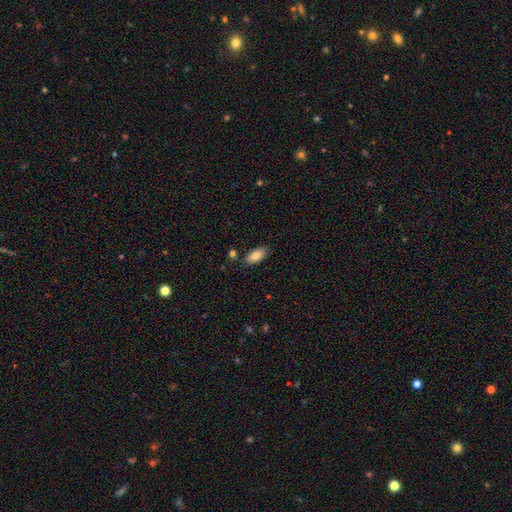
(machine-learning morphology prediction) Smooth or featured: smooth — 82% (featured or disk — 11%)
How rounded: in between — 92% (cigar-shaped — 5%)
Merging: none — 83% (minor disturbance — 12%)